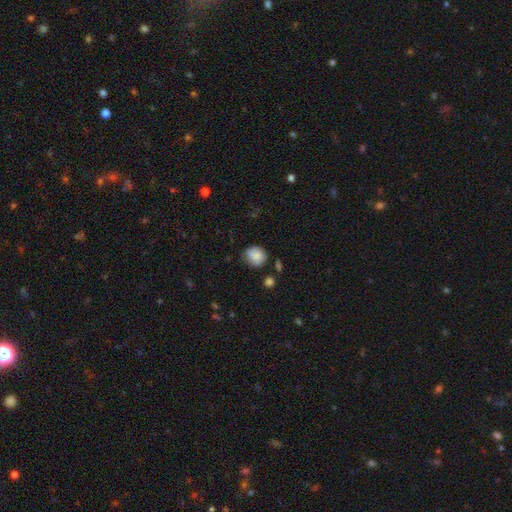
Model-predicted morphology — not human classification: Overall: smooth (85%). How rounded: round (81%). Merging: none (70%).